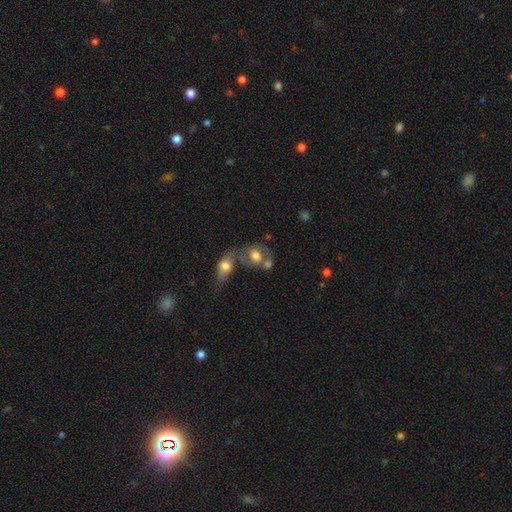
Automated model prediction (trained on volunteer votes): Smooth or featured?
  - smooth: 56% *
  - featured or disk: 35%
  - star or artifact: 9%
How rounded?
  - in between: 54% *
  - round: 44%
  - cigar-shaped: 2%
Merging?
  - merger: 52% *
  - none: 27%
  - minor disturbance: 11%
  - major disturbance: 9%